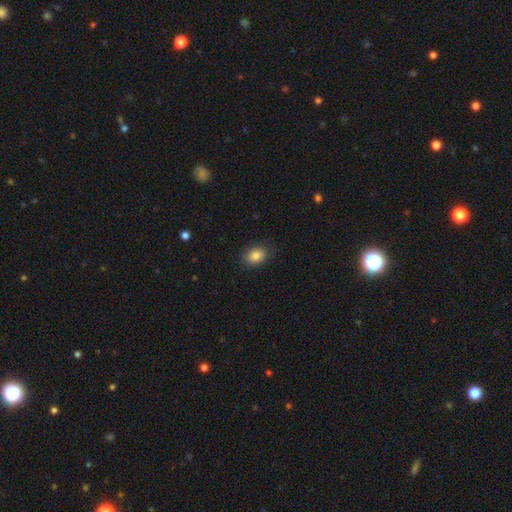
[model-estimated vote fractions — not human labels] Smooth or featured?
  - smooth: 84% *
  - star or artifact: 9%
  - featured or disk: 7%
How rounded?
  - in between: 69% *
  - round: 30%
  - cigar-shaped: 1%
Merging?
  - none: 85% *
  - minor disturbance: 11%
  - major disturbance: 3%
  - merger: 1%